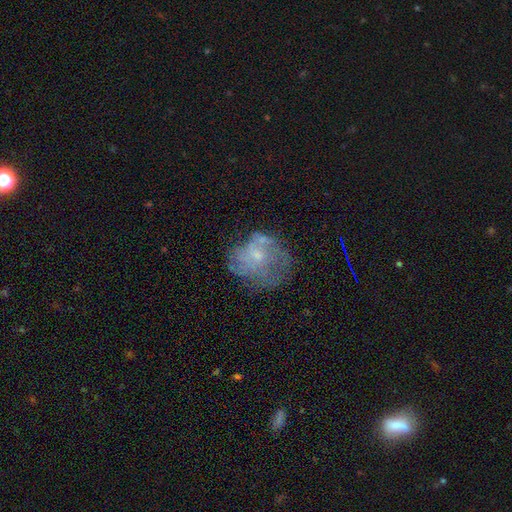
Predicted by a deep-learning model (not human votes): featured or disk 57%, smooth 30%, star or artifact 13%. Down the decision tree: edge-on disk — no (98%); bar — no (79%); spiral arms — no (55%); bulge size — small (55%); merging — none (47%).